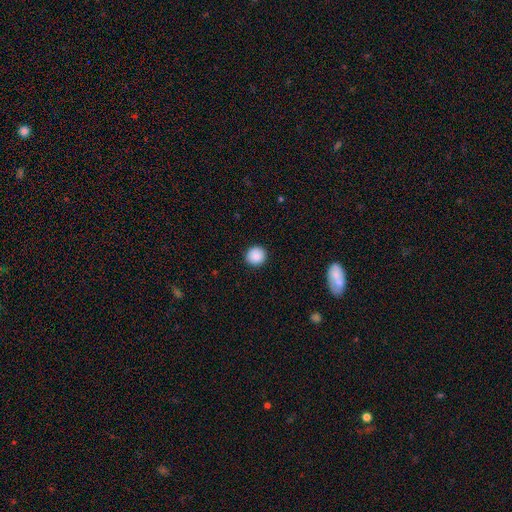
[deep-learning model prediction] smooth-or-featured: smooth: 88% | star or artifact: 8% | featured or disk: 4%
  how-rounded: round: 93% | in between: 6% | cigar-shaped: 1%
  merging: none: 92% | minor disturbance: 5% | major disturbance: 2% | merger: 1%